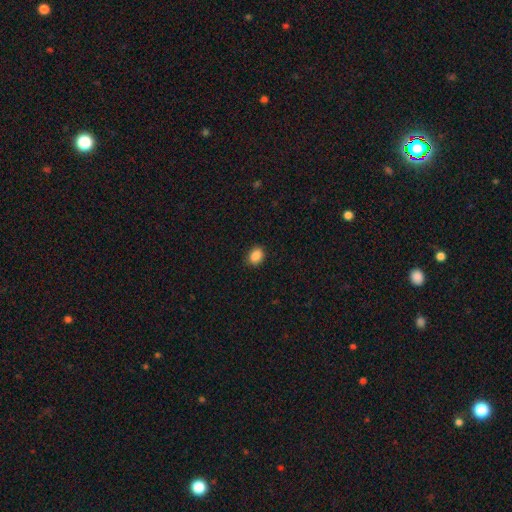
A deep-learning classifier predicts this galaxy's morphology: Q: Smooth or featured?
A: smooth (88%); runner-up: star or artifact (9%)
Q: How rounded?
A: in between (55%); runner-up: round (44%)
Q: Merging?
A: none (88%); runner-up: minor disturbance (9%)